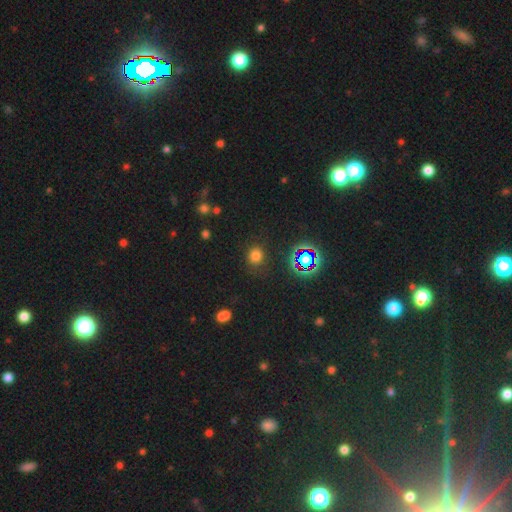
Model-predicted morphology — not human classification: This appears to be a smooth galaxy with no disk features (69%) that is round (82%). Merging: none (84%).